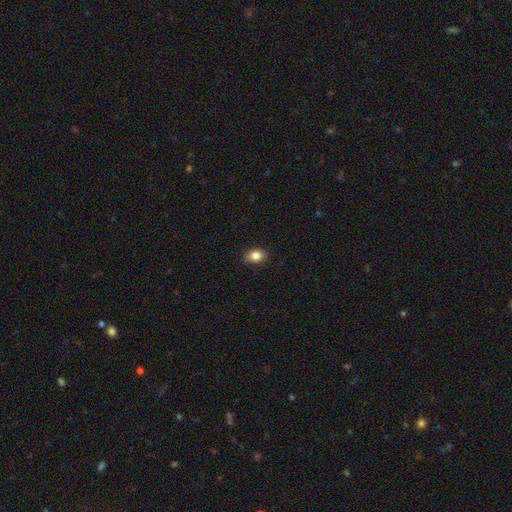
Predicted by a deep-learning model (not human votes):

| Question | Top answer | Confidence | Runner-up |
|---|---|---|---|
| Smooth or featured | smooth | 85% | star or artifact (9%) |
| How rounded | in between | 68% | round (31%) |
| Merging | none | 87% | minor disturbance (10%) |